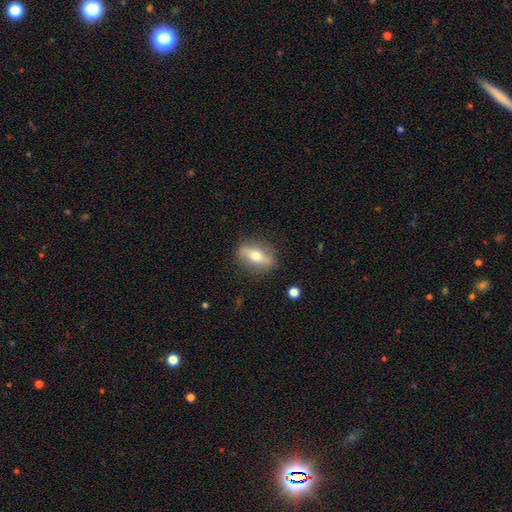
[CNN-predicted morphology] smooth_or_featured: featured or disk (p=0.51) [alt: smooth p=0.42]
disk_edge_on: yes (p=0.65) [alt: no p=0.35]
merging: none (p=0.83) [alt: minor disturbance p=0.12]